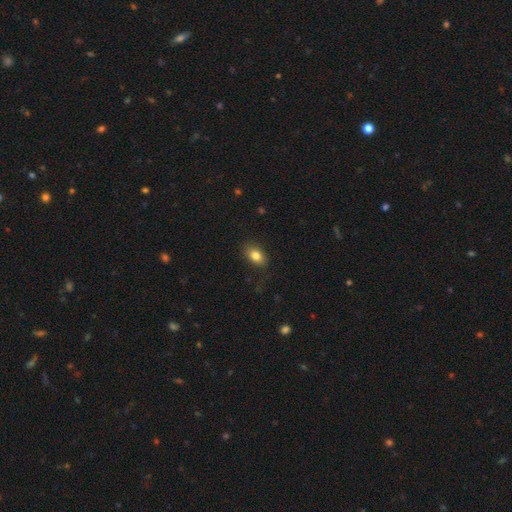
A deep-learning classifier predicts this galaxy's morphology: smooth-or-featured: smooth: 82% | featured or disk: 9% | star or artifact: 9%
  how-rounded: in between: 84% | round: 14% | cigar-shaped: 2%
  merging: none: 83% | minor disturbance: 13% | major disturbance: 3% | merger: 1%